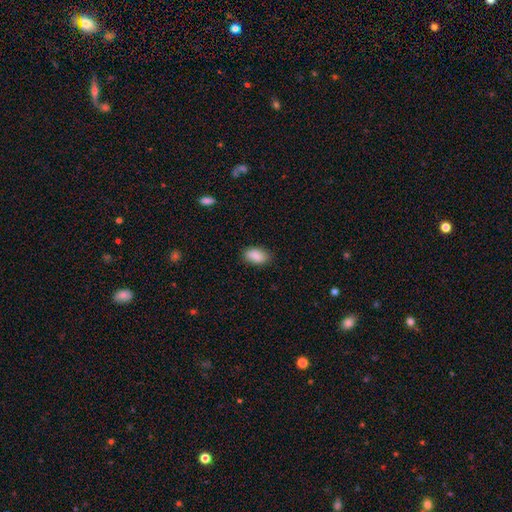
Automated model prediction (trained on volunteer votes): Smooth or featured: smooth — 89% (star or artifact — 7%)
How rounded: in between — 91% (round — 6%)
Merging: none — 82% (minor disturbance — 14%)